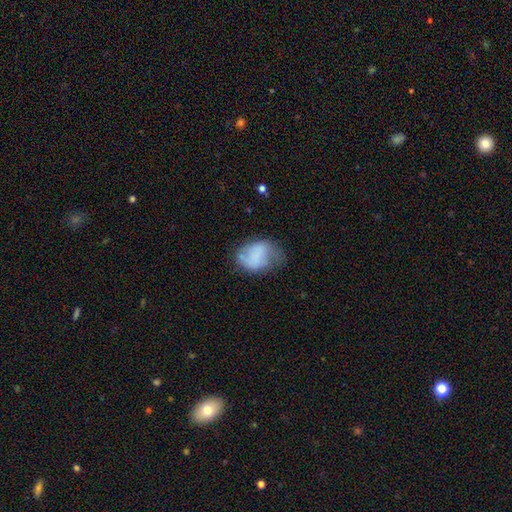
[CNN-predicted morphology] Smooth or featured? Predicted: smooth (p=0.59). How rounded? Predicted: in between (p=0.70). Merging? Predicted: none (p=0.37).